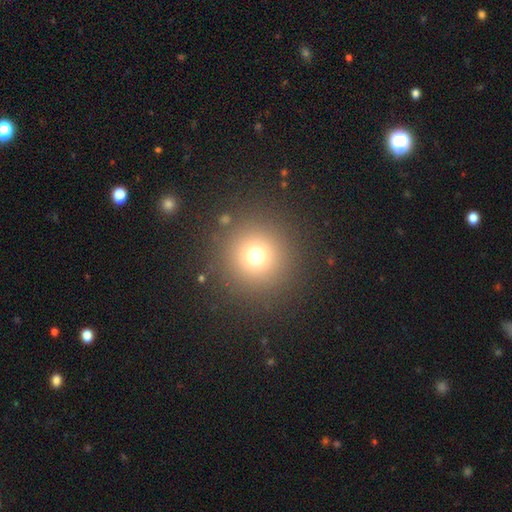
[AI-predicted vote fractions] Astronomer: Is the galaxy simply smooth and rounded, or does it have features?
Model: smooth — 71%.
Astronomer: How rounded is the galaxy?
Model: round — 96%.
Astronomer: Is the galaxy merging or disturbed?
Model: none — 88%.